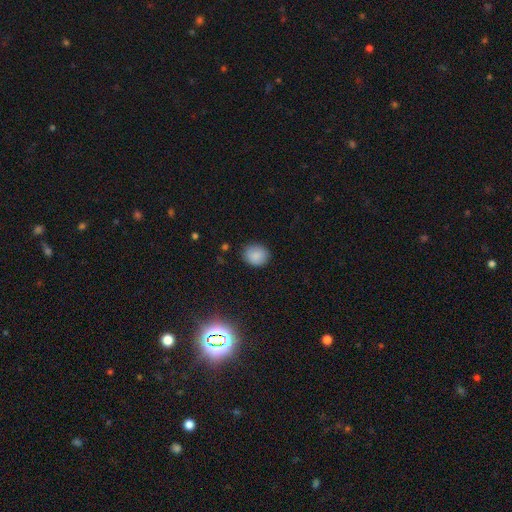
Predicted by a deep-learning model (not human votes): smooth 87%, star or artifact 9%, featured or disk 5%. Down the decision tree: how rounded — round (70%); merging — none (86%).